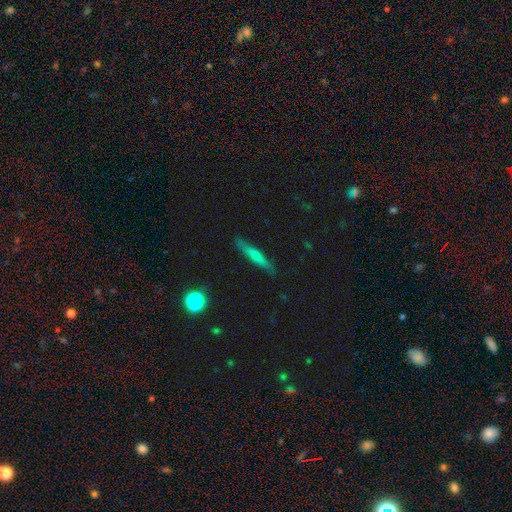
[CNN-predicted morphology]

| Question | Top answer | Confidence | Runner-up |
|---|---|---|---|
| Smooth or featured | smooth | 48% | featured or disk (45%) |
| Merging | none | 87% | minor disturbance (10%) |